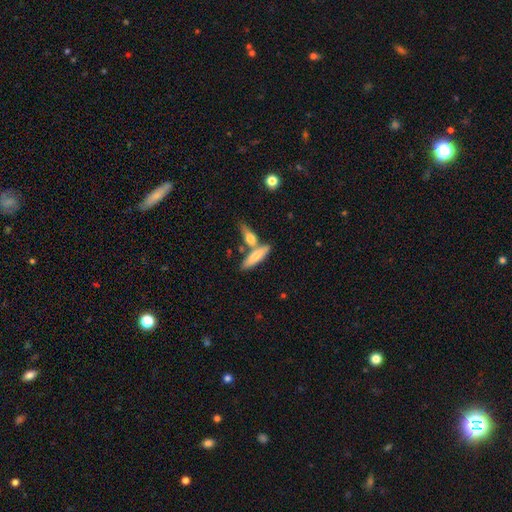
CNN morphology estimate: This appears to be a smooth galaxy with no disk features (67%) that is cigar-shaped (63%). Merging: none (51%).